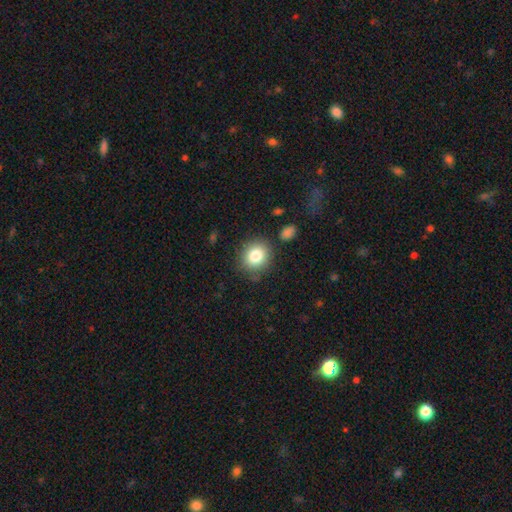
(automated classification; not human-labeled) Smooth or featured? smooth (82%)
How rounded? round (79%)
Merging? none (82%)